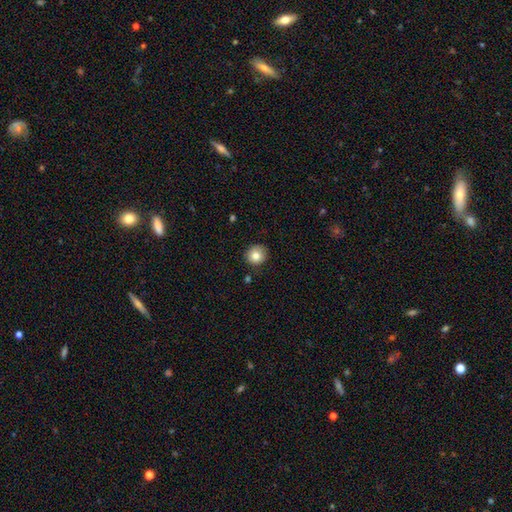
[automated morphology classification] Overall: smooth (82%). How rounded: round (90%). Merging: none (85%).